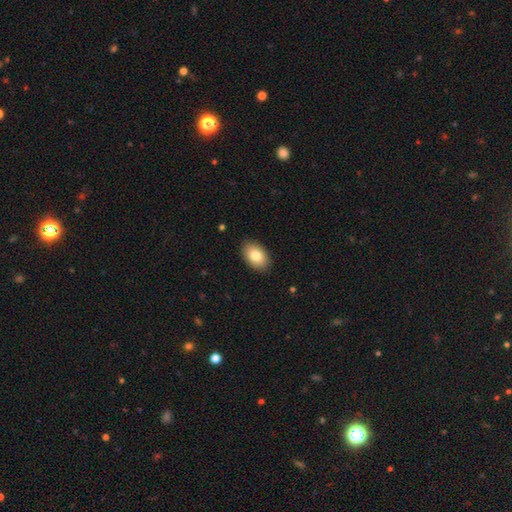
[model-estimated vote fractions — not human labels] Overall: smooth (82%). How rounded: in between (90%). Merging: none (89%).